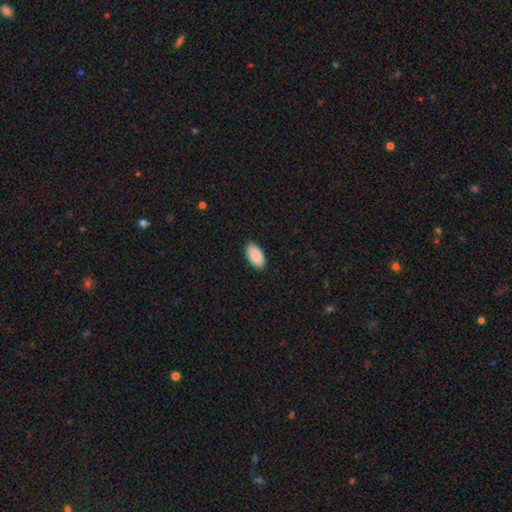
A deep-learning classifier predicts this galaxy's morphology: This is clearly a smooth galaxy (91%). How rounded: clearly in between (96%). Merging: clearly none (89%).